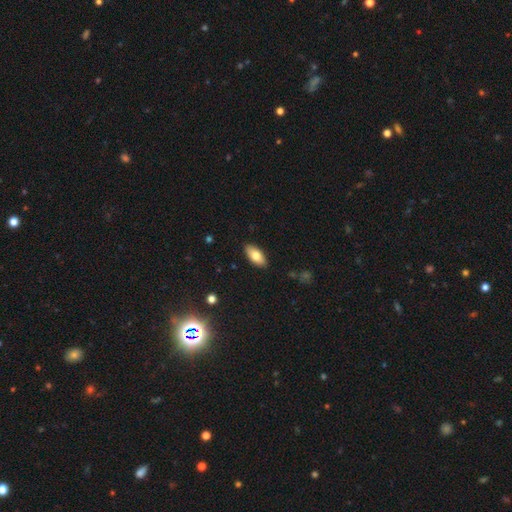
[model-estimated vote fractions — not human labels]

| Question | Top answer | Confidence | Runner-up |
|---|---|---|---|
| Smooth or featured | smooth | 77% | featured or disk (16%) |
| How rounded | in between | 90% | cigar-shaped (8%) |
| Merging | none | 88% | minor disturbance (9%) |